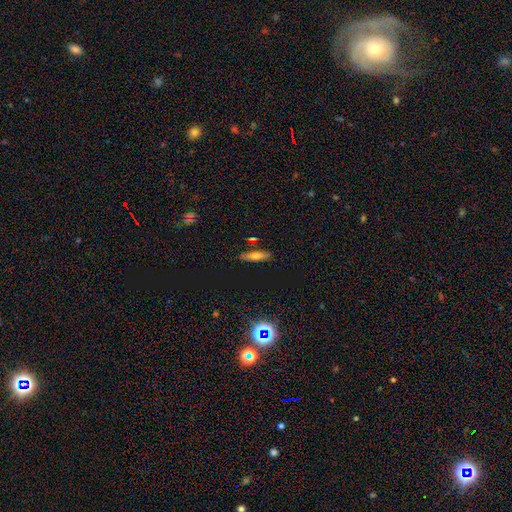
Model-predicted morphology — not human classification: smooth_or_featured: smooth (p=0.63) [alt: featured or disk p=0.24]
how_rounded: cigar-shaped (p=0.65) [alt: in between p=0.32]
merging: none (p=0.82) [alt: minor disturbance p=0.11]